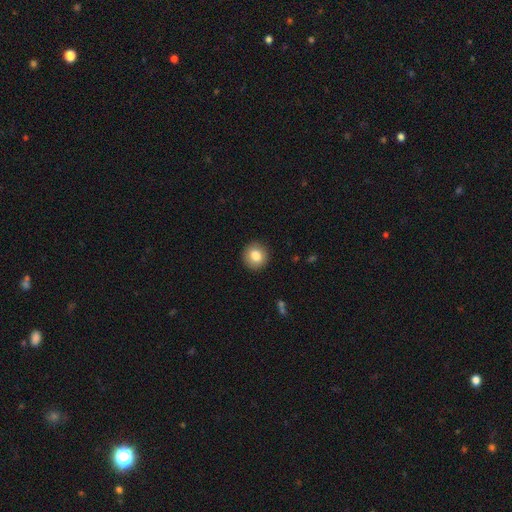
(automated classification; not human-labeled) Overall: smooth (82%). How rounded: round (93%). Merging: none (92%).